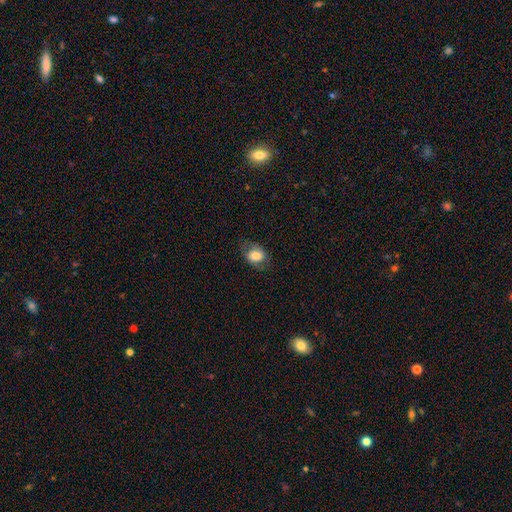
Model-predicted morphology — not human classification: The model was most divided on "how rounded": in between: 63%, round: 36%, cigar-shaped: 1%. More confident: smooth or featured — smooth (73%); merging — none (70%).